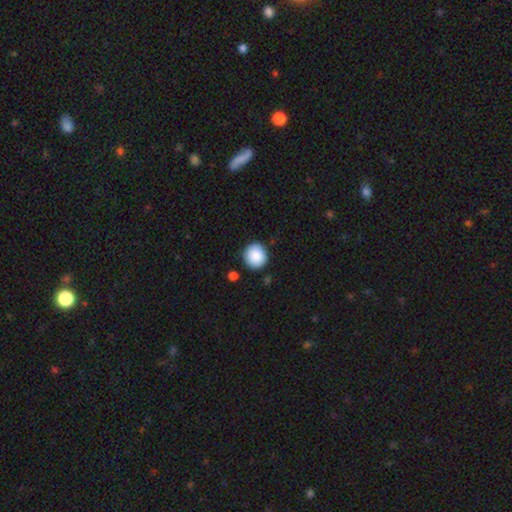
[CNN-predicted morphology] smooth 89%, star or artifact 8%, featured or disk 4%. Down the decision tree: how rounded — round (86%); merging — none (87%).